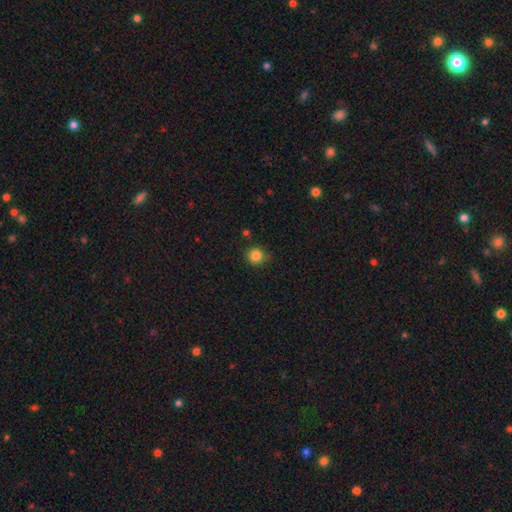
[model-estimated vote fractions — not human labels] smooth_or_featured: smooth (p=0.84) [alt: star or artifact p=0.11]
how_rounded: round (p=0.93) [alt: in between p=0.06]
merging: none (p=0.86) [alt: minor disturbance p=0.09]